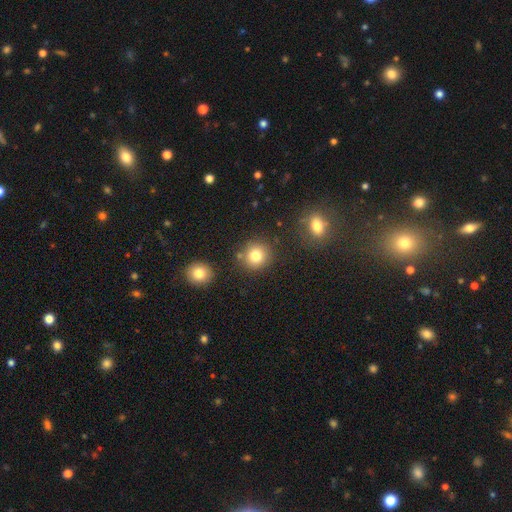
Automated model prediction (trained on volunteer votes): smooth-or-featured: smooth: 81% | star or artifact: 12% | featured or disk: 8%
  how-rounded: round: 90% | in between: 9% | cigar-shaped: 1%
  merging: none: 81% | minor disturbance: 8% | merger: 7% | major disturbance: 3%